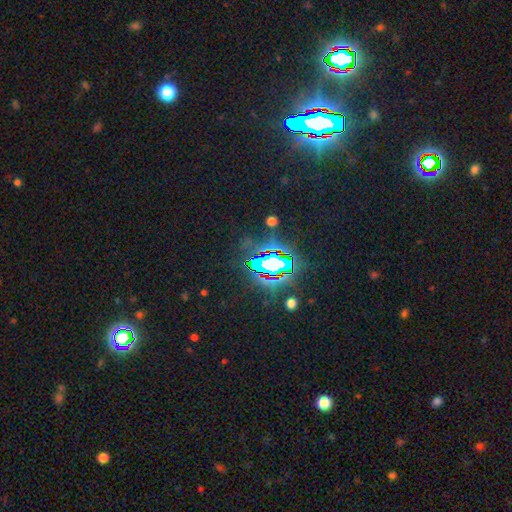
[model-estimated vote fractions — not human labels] The model was most divided on "smooth or featured": star or artifact: 85%, smooth: 8%, featured or disk: 7%.